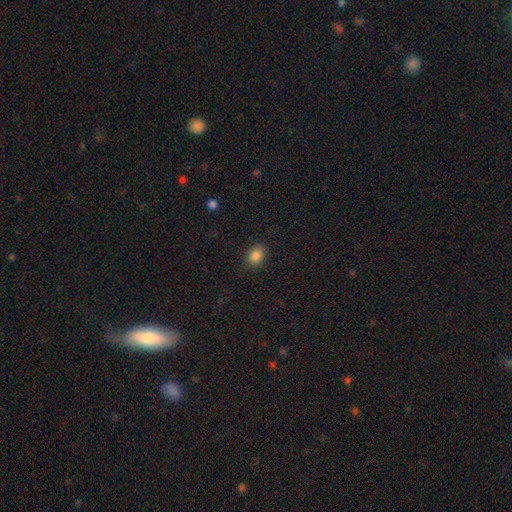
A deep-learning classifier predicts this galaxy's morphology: A smooth galaxy with no disk features (85%) that is round (50%, tied with in between). Merging: none (86%).